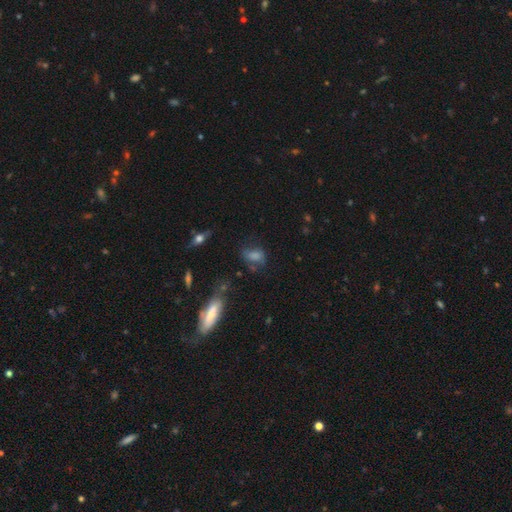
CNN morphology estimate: A smooth galaxy with no disk features (57%) that is in between round and cigar-shaped (73%). Merging: none (51%).